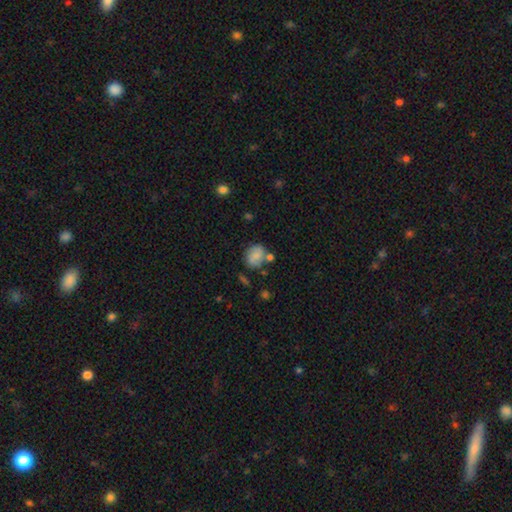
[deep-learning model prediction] Overall: smooth (75%). How rounded: in between (54%; round 45%). Merging: none (58%; minor disturbance 21%).